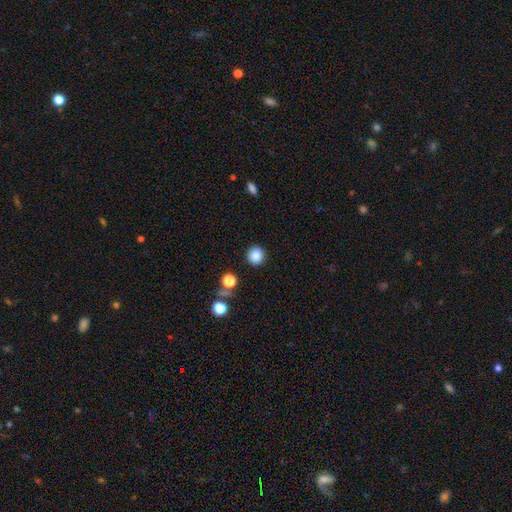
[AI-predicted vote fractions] Morphology: type=smooth (85%); roundness=round (93%); merging=none (90%).